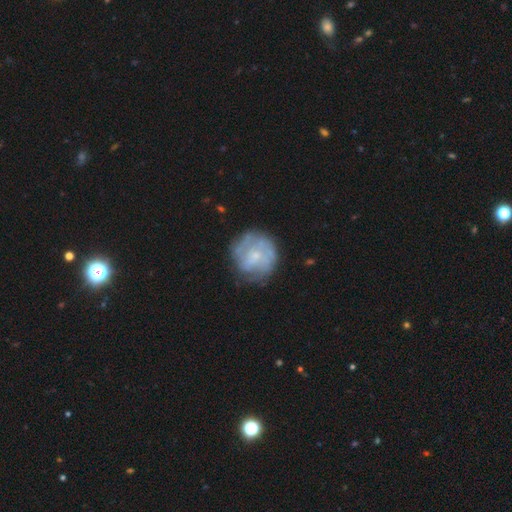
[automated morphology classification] Smooth or featured: featured or disk — 54% (smooth — 39%)
Edge-on disk: no — 98% (yes — 2%)
Bar: no — 72% (weak — 24%)
Spiral arms: yes — 54% (no — 46%)
Bulge size: small — 59% (moderate — 27%)
Merging: none — 67% (minor disturbance — 21%)